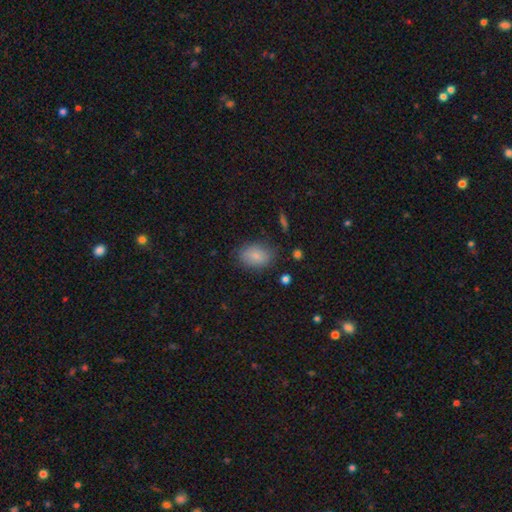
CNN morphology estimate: Smooth or featured? Predicted: smooth (p=0.83). How rounded? Predicted: in between (p=0.79). Merging? Predicted: none (p=0.78).